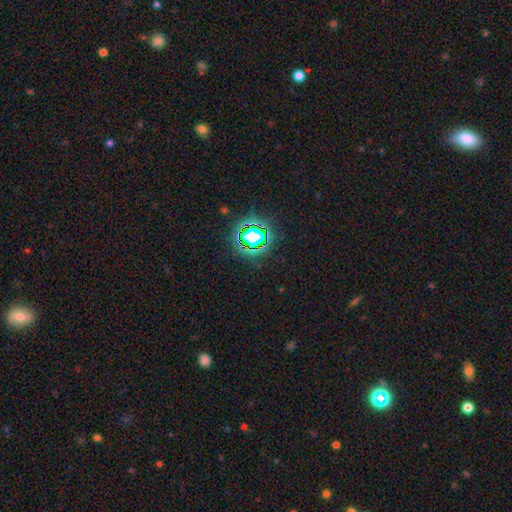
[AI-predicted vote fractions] A star or artifact, not a galaxy (77%).

Vote fractions:
- Smooth or featured? star or artifact: 77% / smooth: 15% / featured or disk: 7%